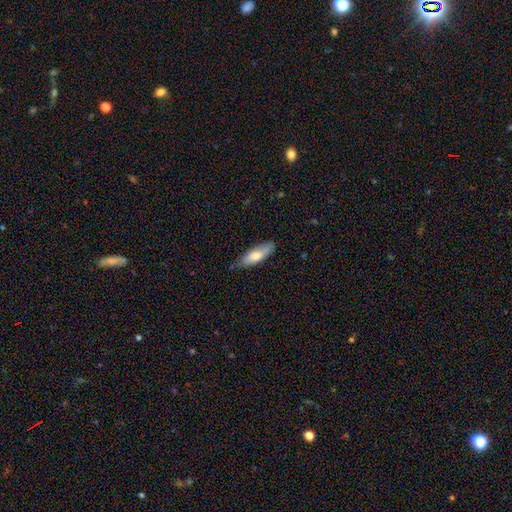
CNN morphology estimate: smooth 73%, featured or disk 21%, star or artifact 6%. Down the decision tree: how rounded — in between (53%); merging — none (71%).